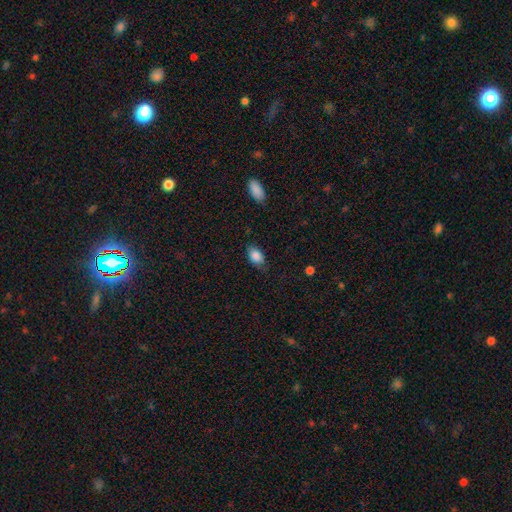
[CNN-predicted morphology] This appears to be a smooth galaxy with no disk features (86%) that is in between round and cigar-shaped (89%). Merging: none (74%).